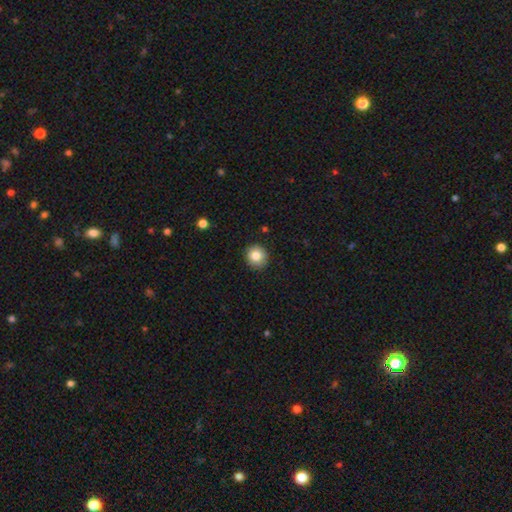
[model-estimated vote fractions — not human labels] The model was most divided on "smooth or featured": smooth: 82%, star or artifact: 9%, featured or disk: 8%. More confident: merging — none (89%); how rounded — round (89%).